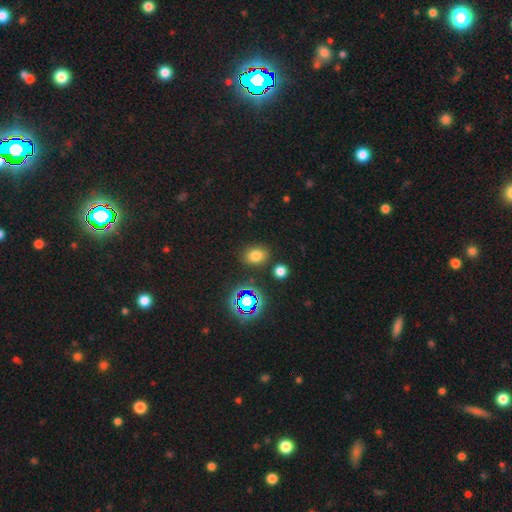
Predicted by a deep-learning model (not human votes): Smooth or featured: smooth — 71% (star or artifact — 22%)
How rounded: in between — 61% (round — 38%)
Merging: none — 83% (minor disturbance — 10%)